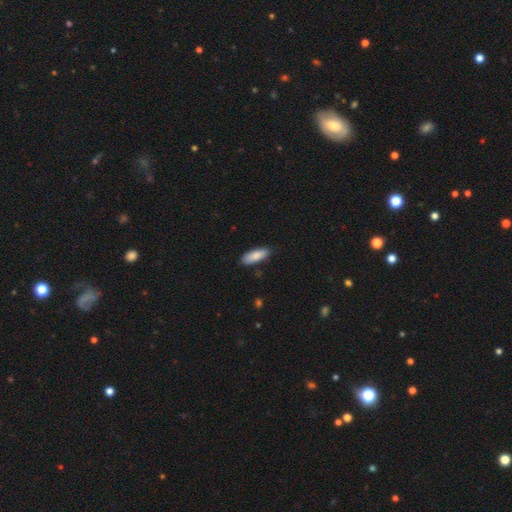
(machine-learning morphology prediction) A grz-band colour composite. It shows a smooth galaxy with no disk features (86%) that is in between round and cigar-shaped (71%). Merging: none (81%).